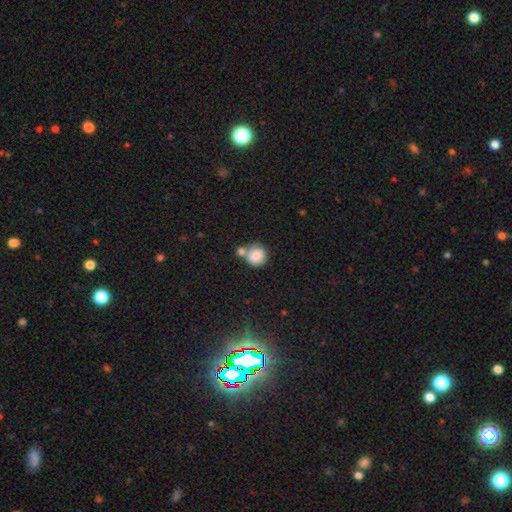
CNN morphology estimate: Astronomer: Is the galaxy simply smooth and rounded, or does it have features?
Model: smooth — 85%.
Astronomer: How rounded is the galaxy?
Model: round — 90%.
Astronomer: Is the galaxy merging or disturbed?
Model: none — 51% (runner-up: merger, 34%).